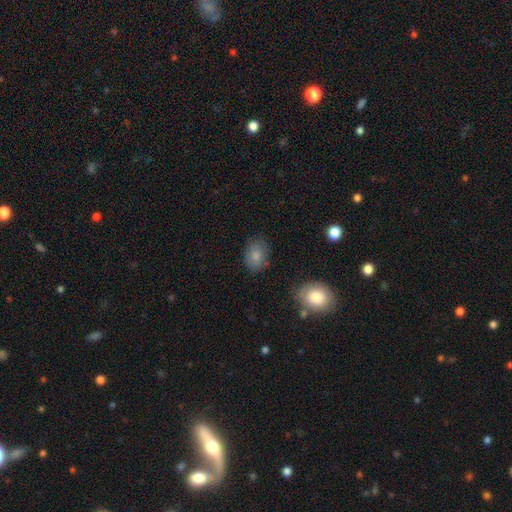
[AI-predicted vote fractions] This is clearly a smooth galaxy (83%). How rounded: likely in between (75%). Merging: likely none (78%).